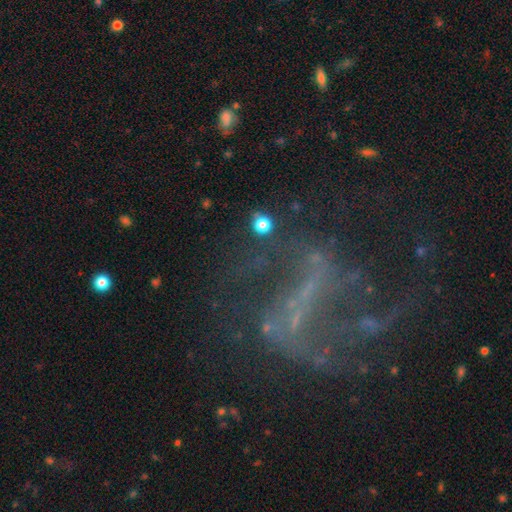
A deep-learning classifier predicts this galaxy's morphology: Overall: featured or disk (70%). Edge-on disk: no (97%). Bar: strong (34%, tied with weak). Spiral arms: yes (66%; no 34%). Bulge size: none (61%; small 30%). Merging: none (50%; major disturbance 29%).